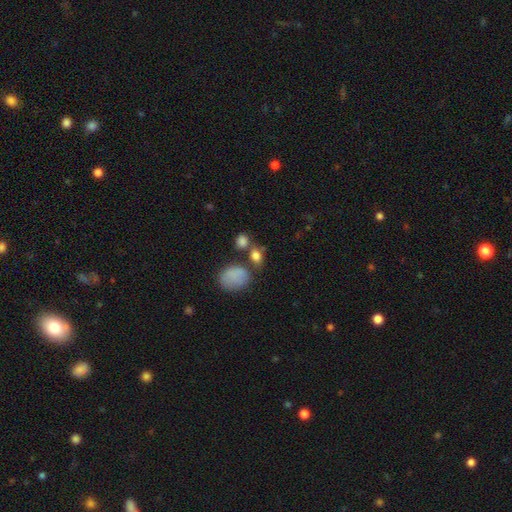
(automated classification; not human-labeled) A smooth galaxy with no disk features (82%) that is in between round and cigar-shaped (59%). Merging: none (58%).